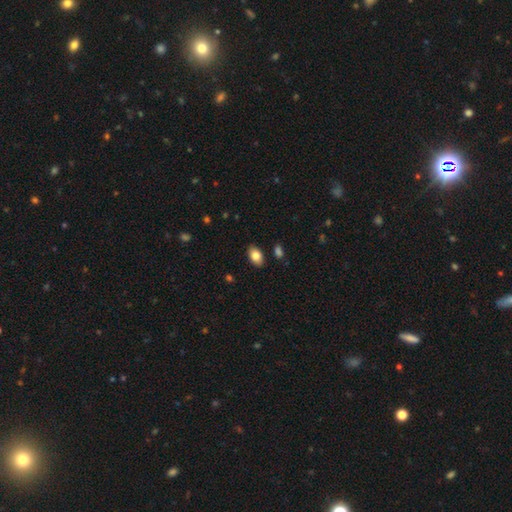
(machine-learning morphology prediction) Smooth or featured? Predicted: smooth (p=0.83). How rounded? Predicted: in between (p=0.90). Merging? Predicted: none (p=0.87).